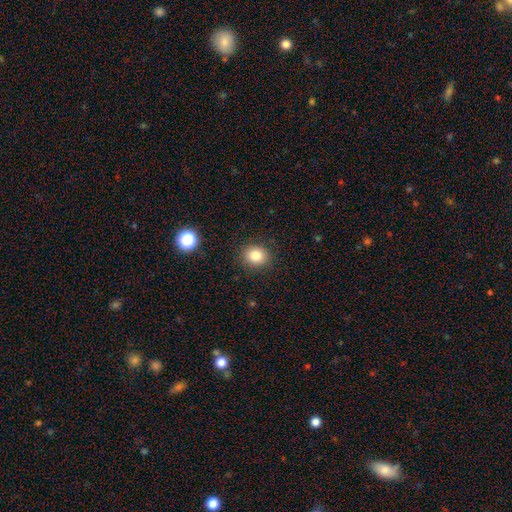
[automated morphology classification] Smooth or featured? smooth (82%)
How rounded? round (71%)
Merging? none (88%)